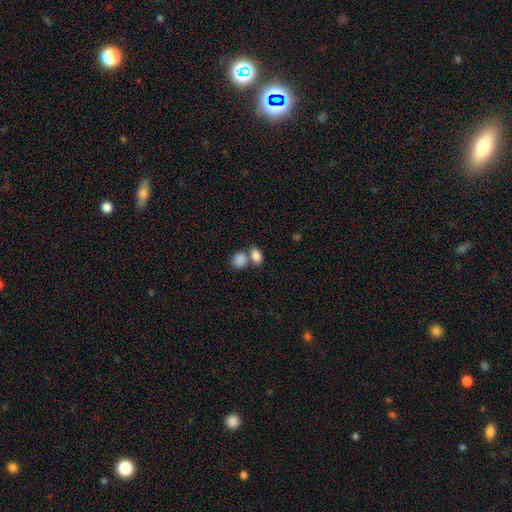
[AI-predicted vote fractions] Smooth or featured? Predicted: smooth (p=0.86). How rounded? Predicted: in between (p=0.68). Merging? Predicted: merger (p=0.46).